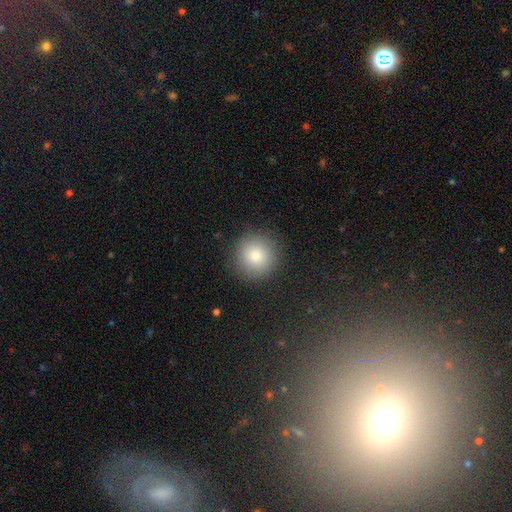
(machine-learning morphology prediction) Overall: smooth (83%). How rounded: round (93%). Merging: none (89%).